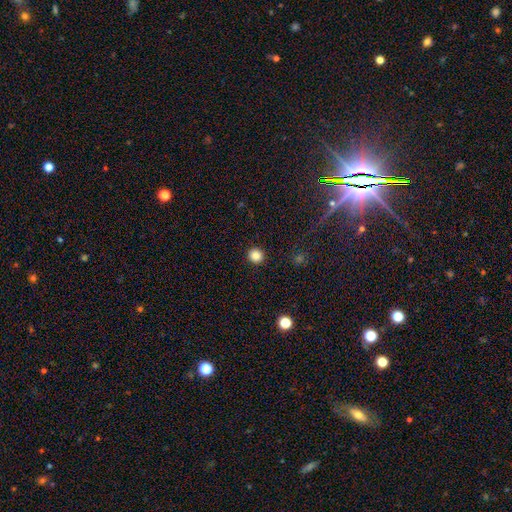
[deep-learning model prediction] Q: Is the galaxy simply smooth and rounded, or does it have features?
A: smooth — 85%.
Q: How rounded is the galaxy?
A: round — 93%.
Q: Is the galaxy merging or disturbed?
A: none — 93%.